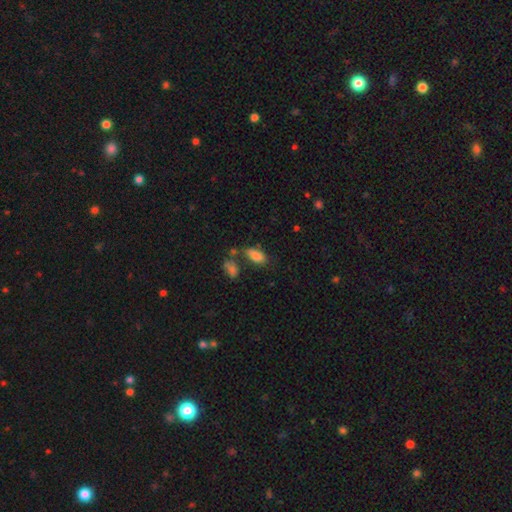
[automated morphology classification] Smooth or featured?
  - smooth: 83% *
  - star or artifact: 9%
  - featured or disk: 8%
How rounded?
  - in between: 89% *
  - cigar-shaped: 8%
  - round: 3%
Merging?
  - none: 52% *
  - merger: 21%
  - minor disturbance: 19%
  - major disturbance: 8%